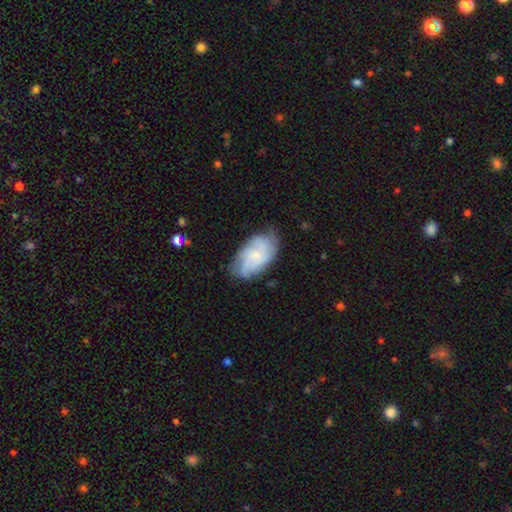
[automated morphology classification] smooth_or_featured: featured or disk (p=0.57) [alt: smooth p=0.35]
disk_edge_on: no (p=0.96) [alt: yes p=0.04]
bar: no (p=0.74) [alt: weak p=0.23]
has_spiral_arms: yes (p=0.88) [alt: no p=0.12]
bulge_size: small (p=0.66) [alt: moderate p=0.20]
merging: none (p=0.68) [alt: minor disturbance p=0.24]